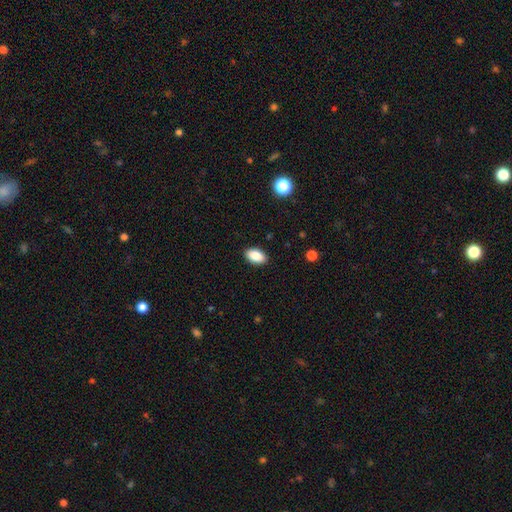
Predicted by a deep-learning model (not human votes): A smooth galaxy with no disk features (88%) that is in between round and cigar-shaped (93%).

Vote fractions:
- Smooth or featured? smooth: 88% / star or artifact: 8% / featured or disk: 5%
- How rounded? in between: 93% / round: 5% / cigar-shaped: 2%
- Merging? none: 89% / minor disturbance: 8% / major disturbance: 2% / merger: 1%